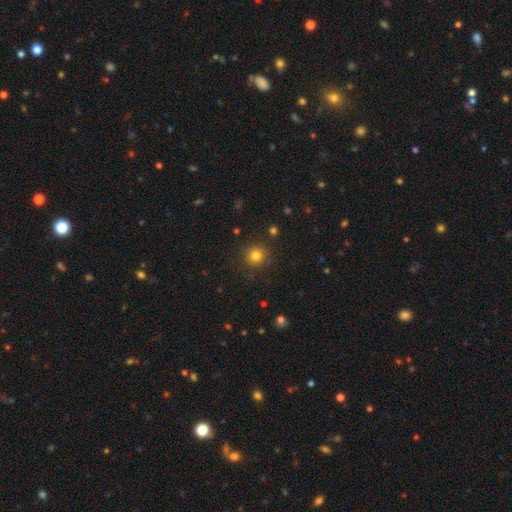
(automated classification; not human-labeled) smooth_or_featured: smooth (p=0.81) [alt: star or artifact p=0.14]
how_rounded: round (p=0.94) [alt: in between p=0.05]
merging: none (p=0.89) [alt: minor disturbance p=0.07]